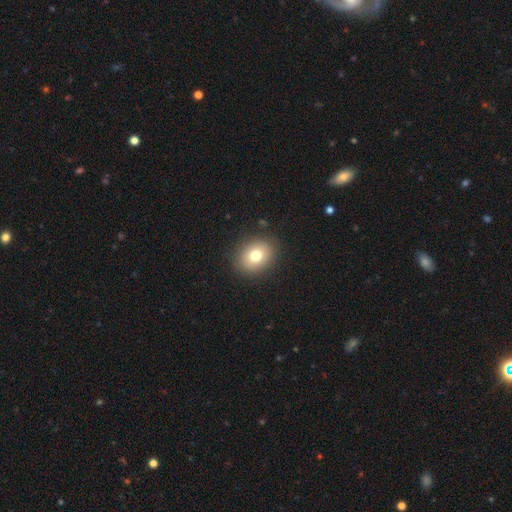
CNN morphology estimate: smooth 76%, featured or disk 13%, star or artifact 11%. Down the decision tree: how rounded — round (53%); merging — none (88%).